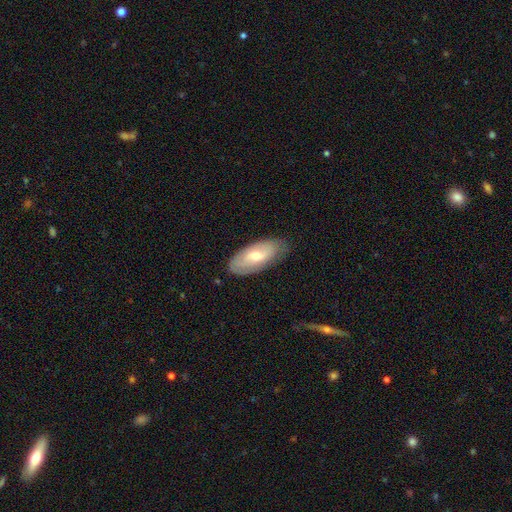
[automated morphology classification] This appears to be a smooth galaxy with no disk features (53%) that is in between round and cigar-shaped (88%). Merging: none (79%).